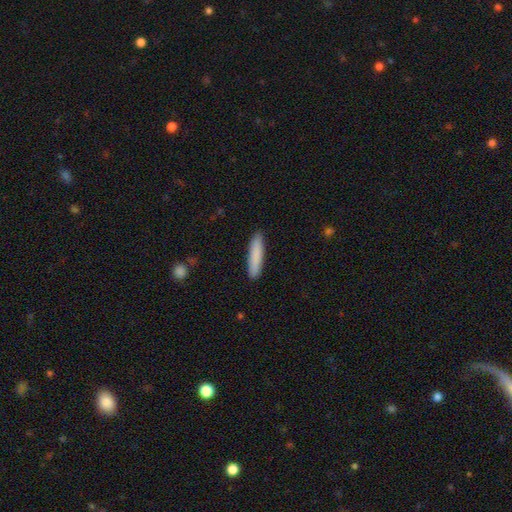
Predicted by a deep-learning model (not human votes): smooth_or_featured: smooth (p=0.86) [alt: featured or disk p=0.09]
how_rounded: cigar-shaped (p=0.84) [alt: in between p=0.15]
merging: none (p=0.90) [alt: minor disturbance p=0.08]